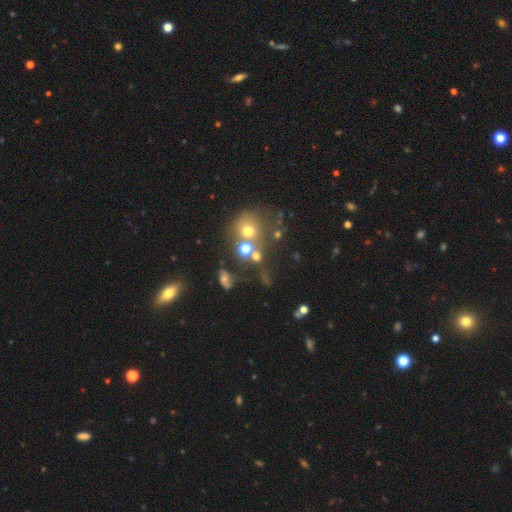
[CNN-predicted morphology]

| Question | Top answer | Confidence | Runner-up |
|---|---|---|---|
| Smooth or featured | smooth | 58% | star or artifact (25%) |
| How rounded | round | 82% | in between (16%) |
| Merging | none | 48% | merger (33%) |